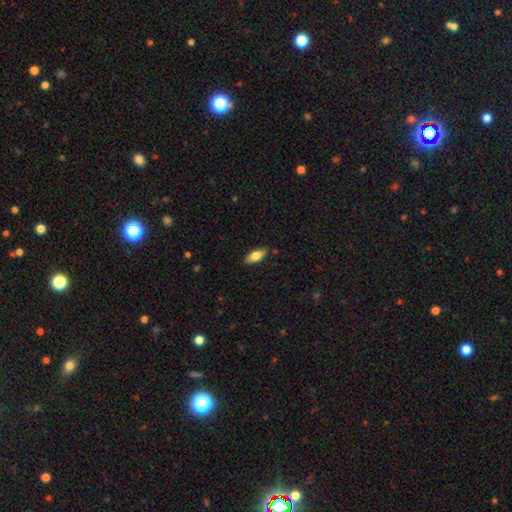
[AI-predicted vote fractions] Smooth or featured? Predicted: smooth (p=0.76). How rounded? Predicted: in between (p=0.81). Merging? Predicted: none (p=0.86).